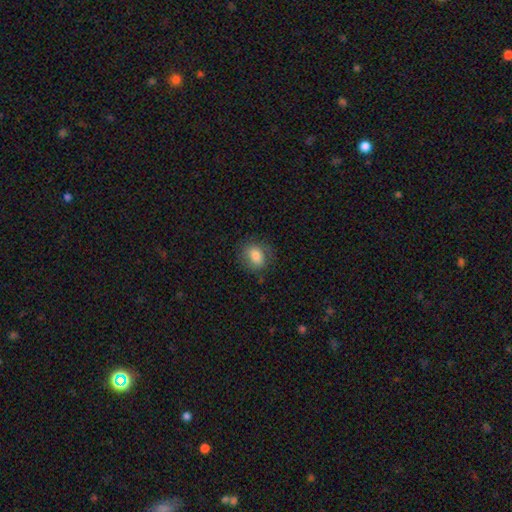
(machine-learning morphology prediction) Overall: smooth (79%). How rounded: round (53%; in between 46%). Merging: none (76%).